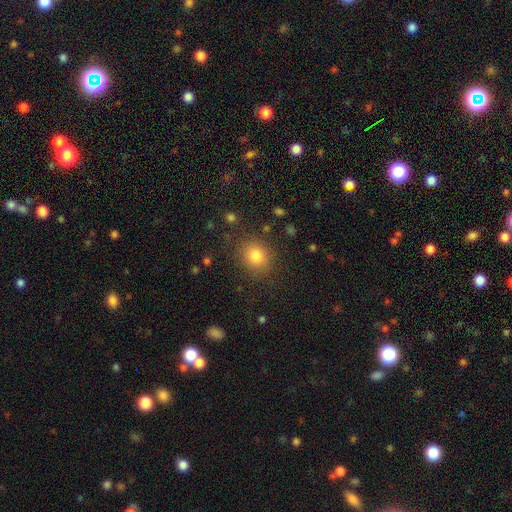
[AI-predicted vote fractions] Smooth or featured: smooth — 81% (star or artifact — 13%)
How rounded: round — 75% (in between — 24%)
Merging: none — 86% (minor disturbance — 9%)